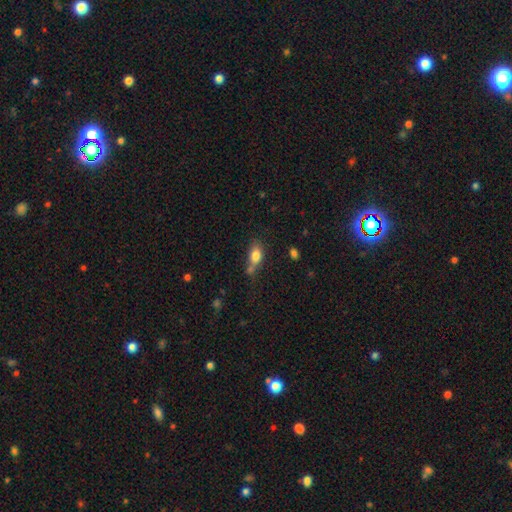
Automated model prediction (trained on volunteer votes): Overall: smooth (80%). How rounded: in between (81%). Merging: none (44%; merger 25%).